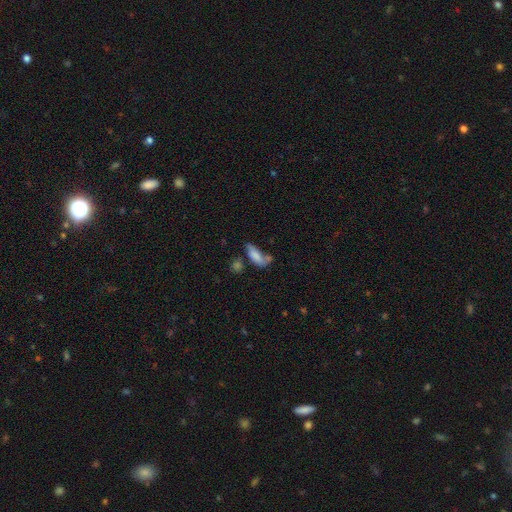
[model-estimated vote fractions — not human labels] smooth 71%, featured or disk 19%, star or artifact 10%. Down the decision tree: how rounded — in between (69%); merging — none (32%).